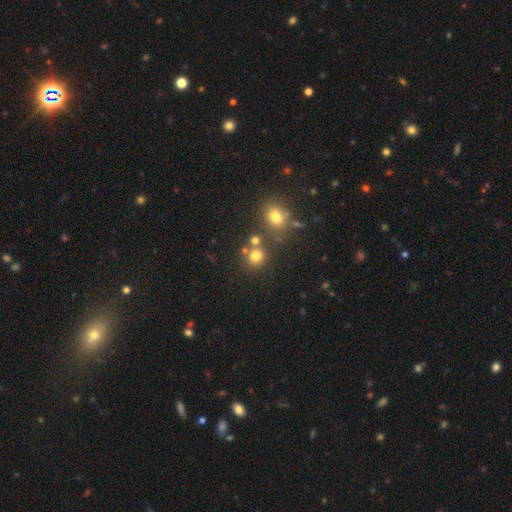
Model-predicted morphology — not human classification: Smooth or featured?
  - smooth: 74% *
  - star or artifact: 18%
  - featured or disk: 8%
How rounded?
  - round: 85% *
  - in between: 14%
  - cigar-shaped: 1%
Merging?
  - none: 67% *
  - merger: 20%
  - minor disturbance: 9%
  - major disturbance: 4%